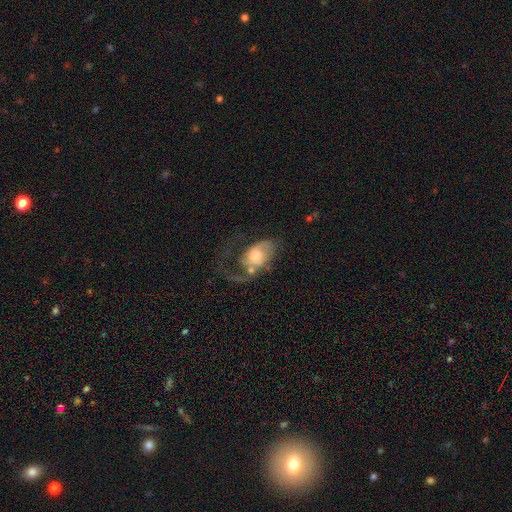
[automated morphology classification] Smooth or featured? featured or disk (54%)
Edge-on disk? no (95%)
Bar? no (72%)
Spiral arms? yes (66%)
Bulge size? moderate (62%)
Merging? major disturbance (49%)